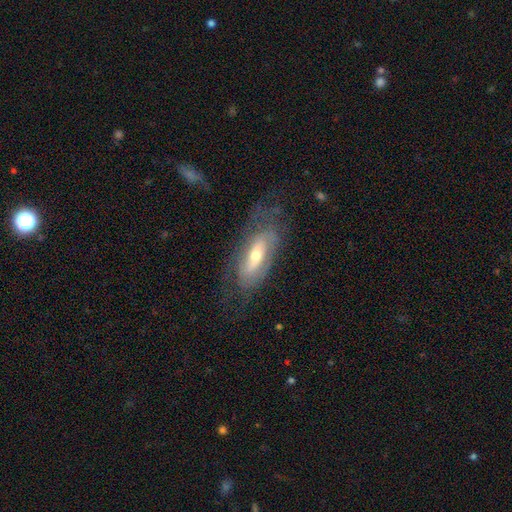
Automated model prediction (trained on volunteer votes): Q: Smooth or featured?
A: featured or disk (68%); runner-up: smooth (24%)
Q: Edge-on disk?
A: no (78%); runner-up: yes (22%)
Q: Bar?
A: no (42%); runner-up: weak (34%)
Q: Spiral arms?
A: yes (65%); runner-up: no (35%)
Q: Bulge size?
A: moderate (59%); runner-up: small (32%)
Q: Merging?
A: none (66%); runner-up: minor disturbance (20%)